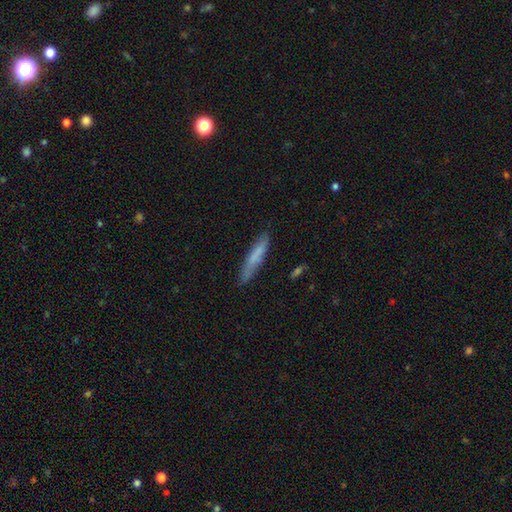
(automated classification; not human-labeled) Smooth or featured?
  - smooth: 69% *
  - featured or disk: 25%
  - star or artifact: 6%
How rounded?
  - cigar-shaped: 89% *
  - in between: 9%
  - round: 1%
Merging?
  - none: 80% *
  - minor disturbance: 15%
  - major disturbance: 3%
  - merger: 2%